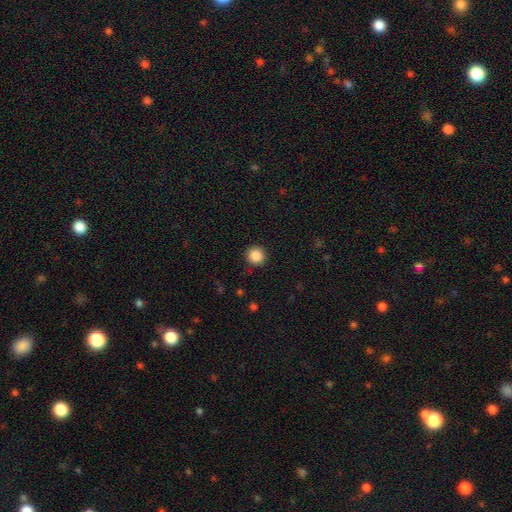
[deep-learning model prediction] This is clearly a smooth galaxy (87%). How rounded: clearly round (95%). Merging: clearly none (91%).